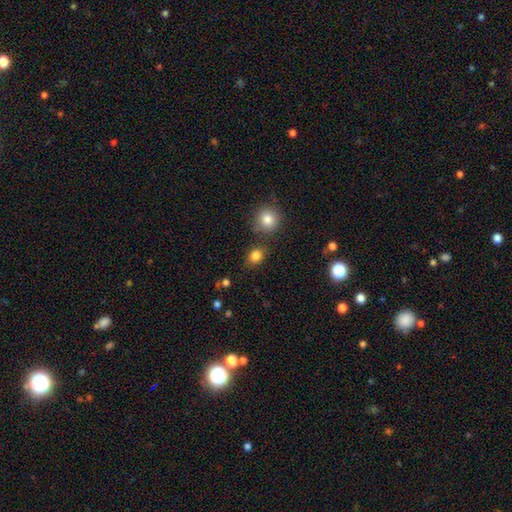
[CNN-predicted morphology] Smooth or featured: smooth — 83% (star or artifact — 12%)
How rounded: round — 54% (in between — 45%)
Merging: none — 79% (minor disturbance — 11%)